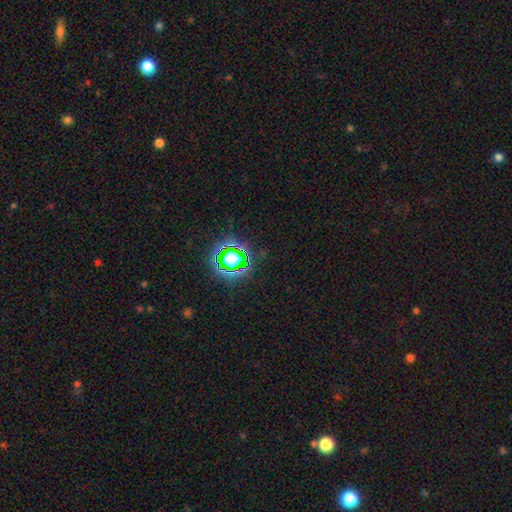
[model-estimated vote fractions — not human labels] Smooth or featured?
  - star or artifact: 76% *
  - smooth: 16%
  - featured or disk: 8%